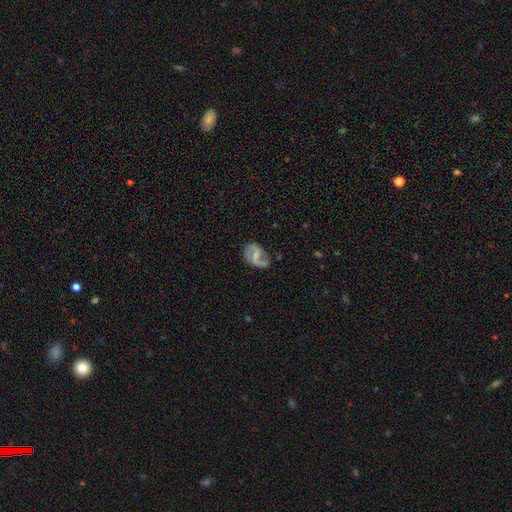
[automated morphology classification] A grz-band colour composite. It shows a featured or disk galaxy (74%) with a weak bar (46%), 2 (80%) loose (52%) spiral arms (86%) and a small central bulge (43%). Merging: none (56%).